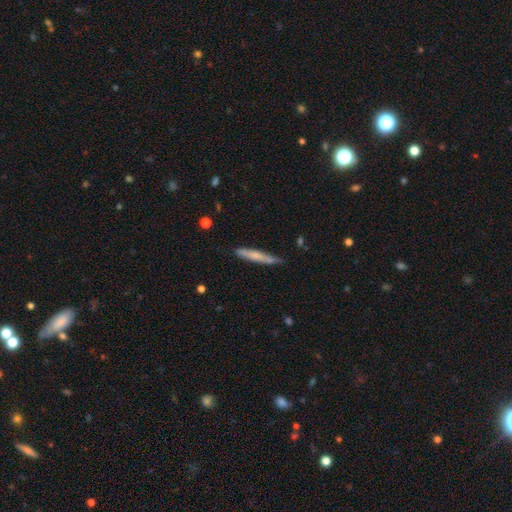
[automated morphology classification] A smooth galaxy with no disk features (63%) that is cigar-shaped (94%).

Vote fractions:
- Smooth or featured? smooth: 63% / featured or disk: 31% / star or artifact: 6%
- How rounded? cigar-shaped: 94% / in between: 4% / round: 1%
- Merging? none: 76% / minor disturbance: 18% / major disturbance: 3% / merger: 2%